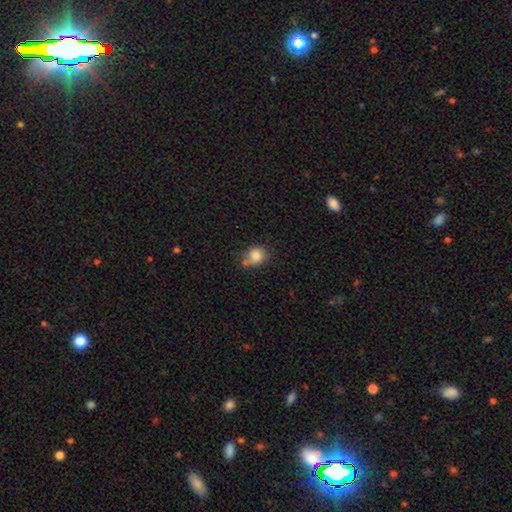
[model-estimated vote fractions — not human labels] smooth-or-featured: smooth: 82% | star or artifact: 10% | featured or disk: 8%
  how-rounded: round: 72% | in between: 27% | cigar-shaped: 1%
  merging: none: 50% | minor disturbance: 29% | merger: 14% | major disturbance: 8%